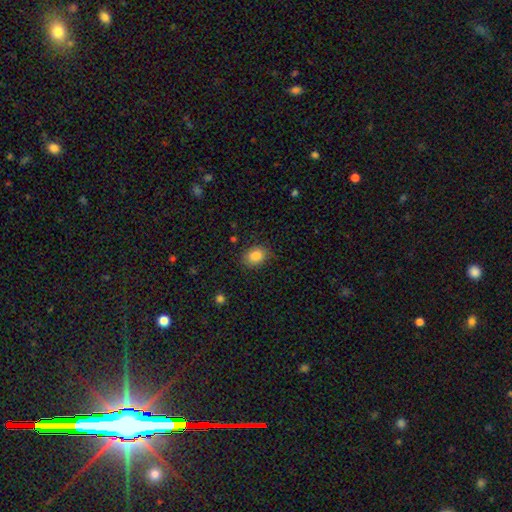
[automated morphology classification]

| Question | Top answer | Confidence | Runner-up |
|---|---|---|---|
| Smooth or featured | smooth | 84% | star or artifact (9%) |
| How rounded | in between | 63% | round (36%) |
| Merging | none | 81% | minor disturbance (14%) |